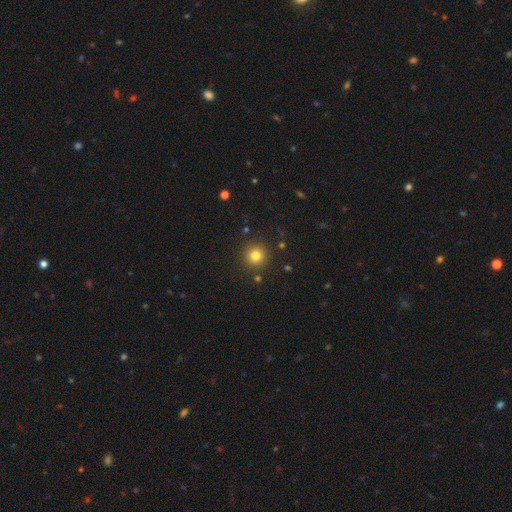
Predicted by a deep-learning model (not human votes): Smooth or featured? Predicted: smooth (p=0.80). How rounded? Predicted: round (p=0.95). Merging? Predicted: none (p=0.90).